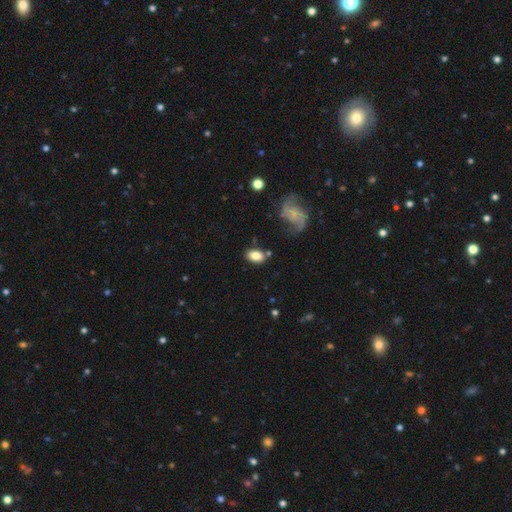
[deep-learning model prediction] Smooth or featured? smooth (79%)
How rounded? in between (87%)
Merging? none (76%)